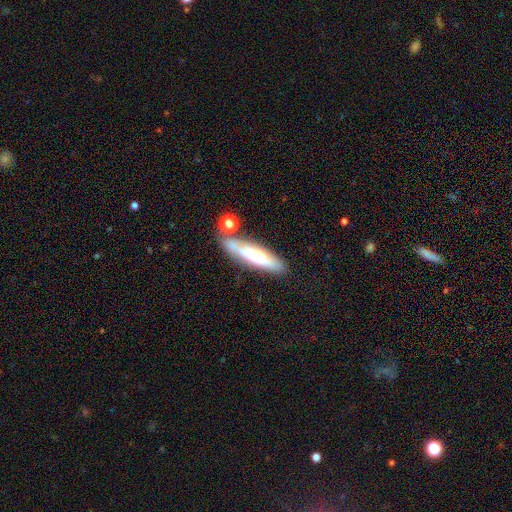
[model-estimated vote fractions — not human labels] smooth_or_featured: smooth (p=0.54) [alt: featured or disk p=0.38]
how_rounded: cigar-shaped (p=0.76) [alt: in between p=0.22]
merging: none (p=0.67) [alt: minor disturbance p=0.15]